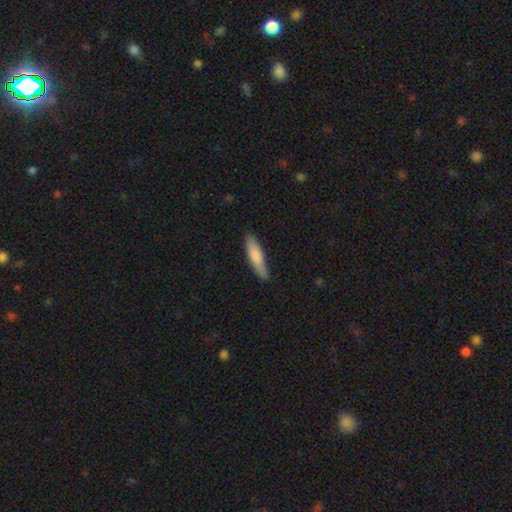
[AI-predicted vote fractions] Q: Smooth or featured?
A: smooth (78%); runner-up: featured or disk (16%)
Q: How rounded?
A: cigar-shaped (76%); runner-up: in between (22%)
Q: Merging?
A: none (78%); runner-up: minor disturbance (18%)